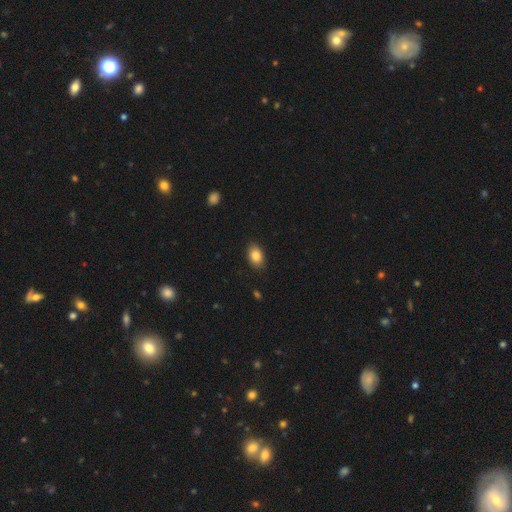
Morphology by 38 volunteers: This appears to be a smooth galaxy with no disk features (92%) that is in between round and cigar-shaped (80%). Merging: none (84%).